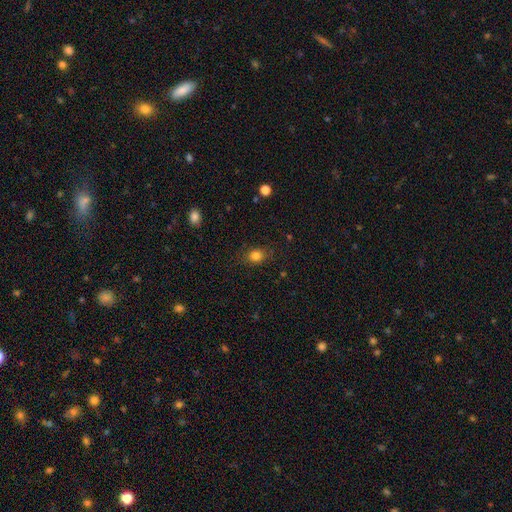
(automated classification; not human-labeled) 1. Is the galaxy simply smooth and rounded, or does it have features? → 82% smooth, 12% star or artifact, 6% featured or disk.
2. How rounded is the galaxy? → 50% in between, 49% round, 1% cigar-shaped.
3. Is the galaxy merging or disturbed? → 82% none, 13% minor disturbance, 4% major disturbance, 1% merger.